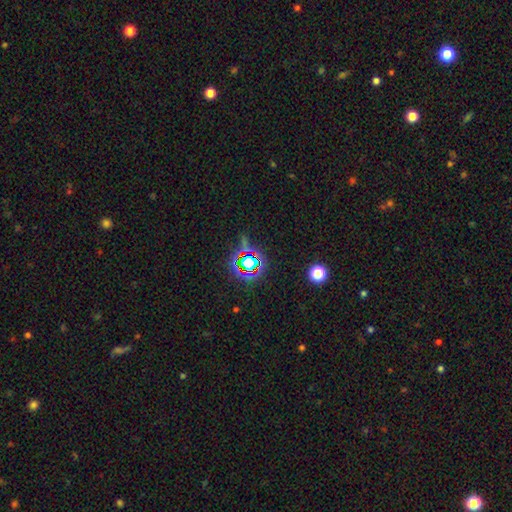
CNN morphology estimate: Smooth or featured?
  - star or artifact: 73% *
  - smooth: 15%
  - featured or disk: 12%